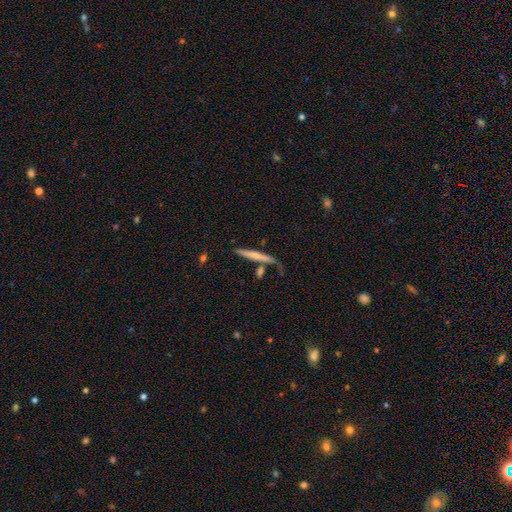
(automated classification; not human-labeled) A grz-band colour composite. It shows a smooth galaxy with no disk features (51%) that is cigar-shaped (94%). Merging: none (66%).